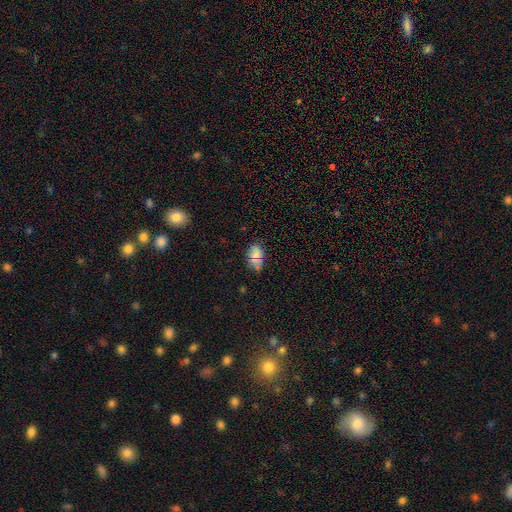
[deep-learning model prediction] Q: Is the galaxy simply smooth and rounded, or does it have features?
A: smooth — 69%.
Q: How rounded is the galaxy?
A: in between — 86%.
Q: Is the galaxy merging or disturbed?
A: none — 80%.